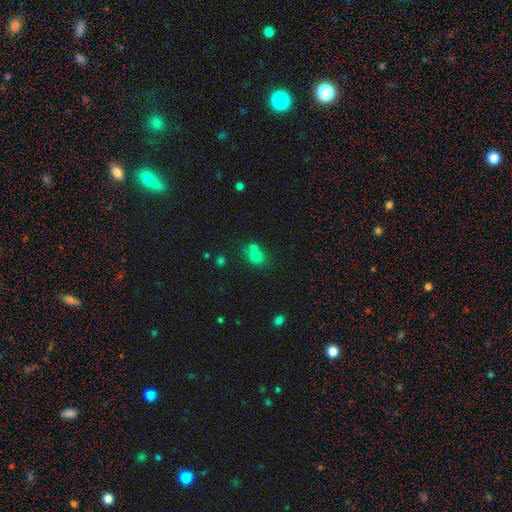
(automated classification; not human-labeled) Morphology: type=smooth (73%); roundness=round (74%); merging=merger (47%).